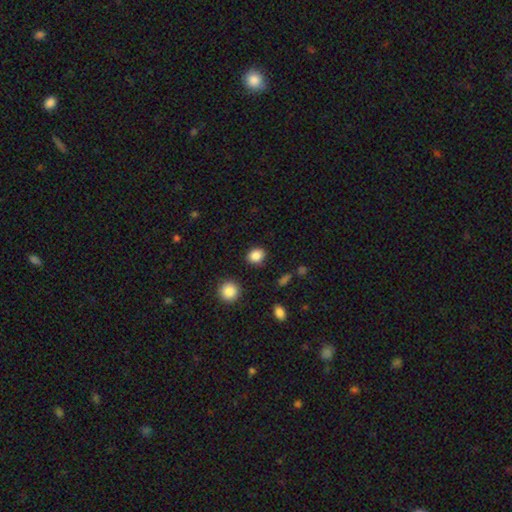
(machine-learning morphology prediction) This is clearly a smooth galaxy (86%). How rounded: possibly round (59%). Merging: clearly none (85%).